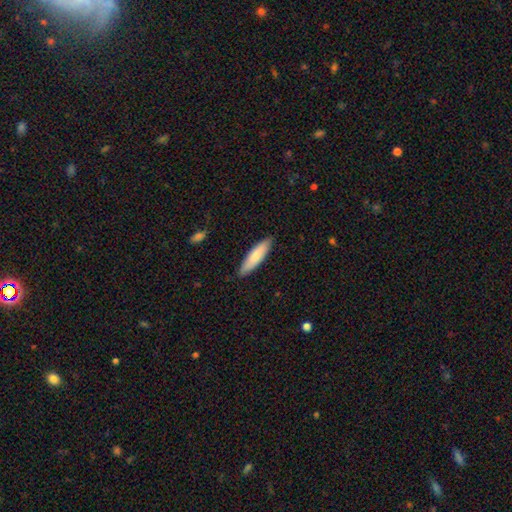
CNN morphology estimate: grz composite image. It shows a smooth galaxy with no disk features (80%) that is cigar-shaped (67%). Merging: none (86%).